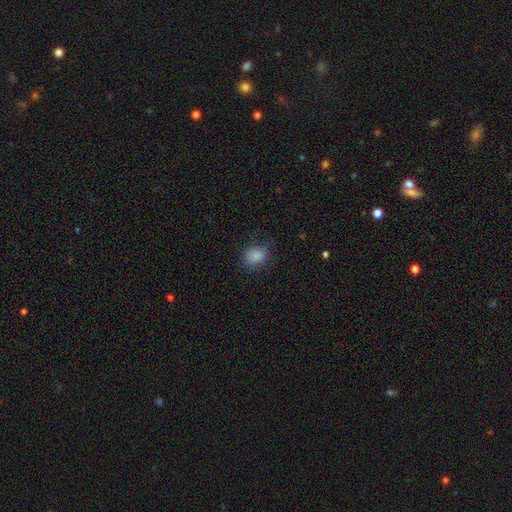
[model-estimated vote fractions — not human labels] Smooth or featured: smooth — 85% (star or artifact — 11%)
How rounded: round — 52% (in between — 47%)
Merging: none — 76% (minor disturbance — 17%)